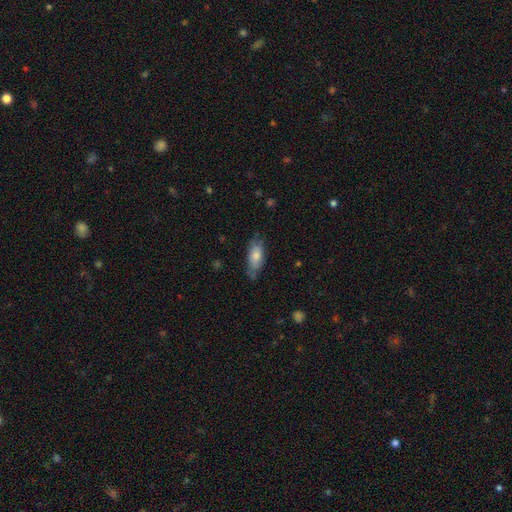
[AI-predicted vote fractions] Smooth or featured? smooth (72%)
How rounded? in between (81%)
Merging? none (62%)